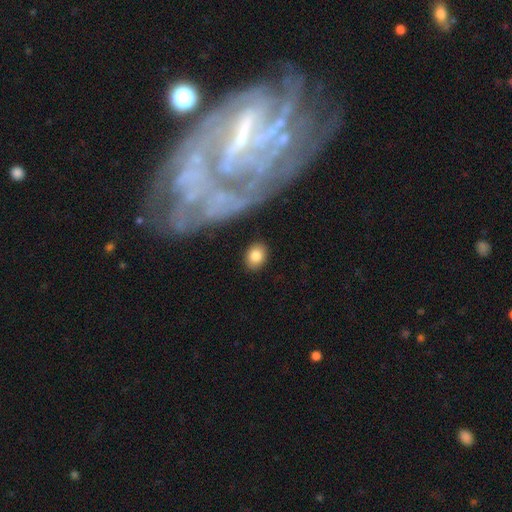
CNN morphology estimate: Smooth or featured?
  - smooth: 82% *
  - featured or disk: 10%
  - star or artifact: 8%
How rounded?
  - in between: 56% *
  - round: 42%
  - cigar-shaped: 1%
Merging?
  - none: 86% *
  - minor disturbance: 9%
  - major disturbance: 3%
  - merger: 2%